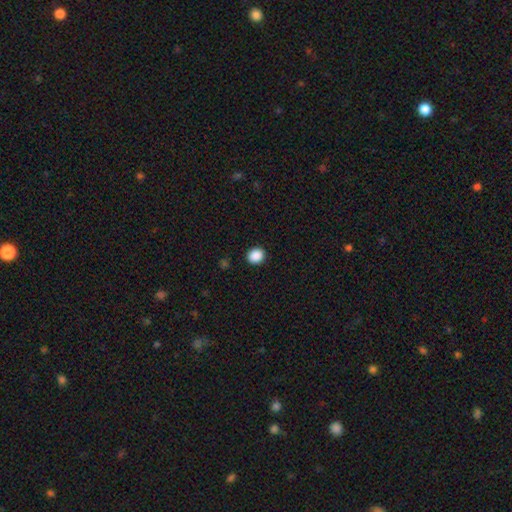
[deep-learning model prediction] A smooth galaxy with no disk features (89%) that is round (86%). Merging: none (92%).